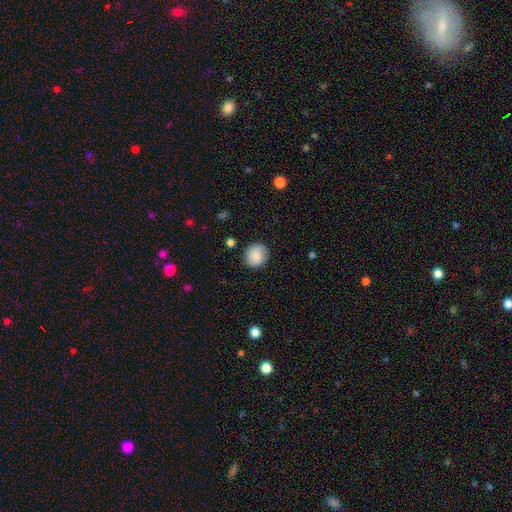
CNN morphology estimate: smooth 86%, star or artifact 7%, featured or disk 7%. Down the decision tree: how rounded — round (84%); merging — none (87%).